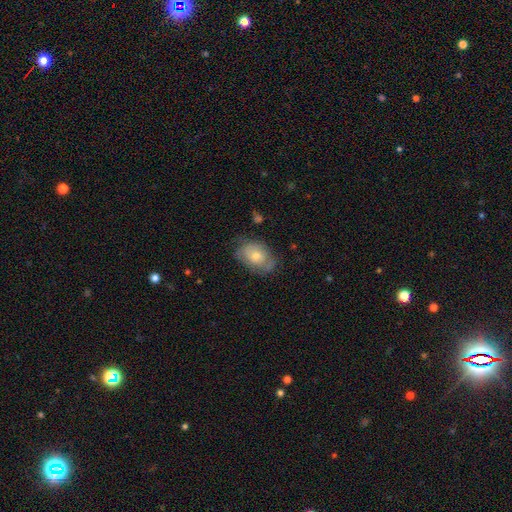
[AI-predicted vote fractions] A featured or disk galaxy (47%). Merging: none (67%).